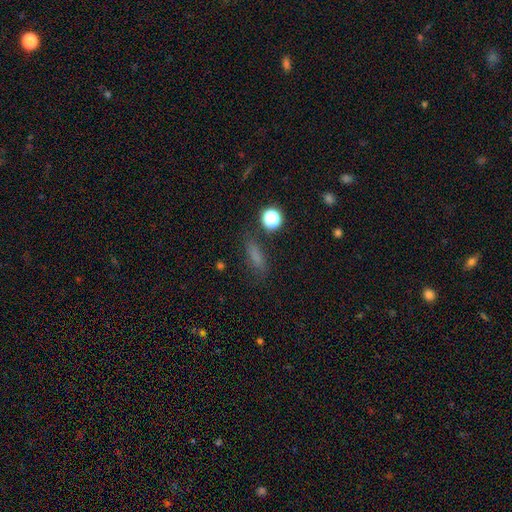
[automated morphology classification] smooth_or_featured: smooth (p=0.68) [alt: star or artifact p=0.20]
how_rounded: cigar-shaped (p=0.48) [alt: in between p=0.42]
merging: none (p=0.75) [alt: minor disturbance p=0.15]